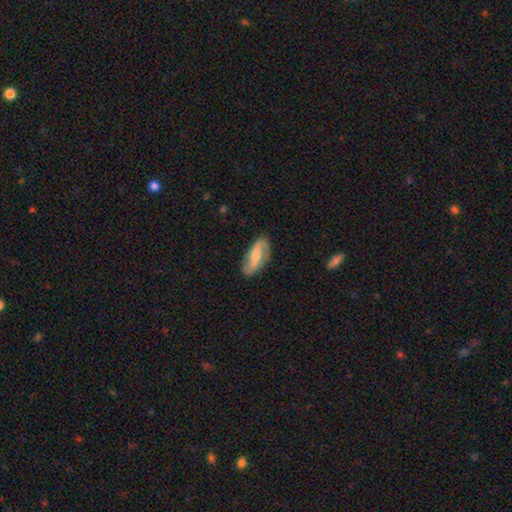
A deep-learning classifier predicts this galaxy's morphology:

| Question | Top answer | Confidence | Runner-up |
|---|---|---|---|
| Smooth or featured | featured or disk | 67% | smooth (27%) |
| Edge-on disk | no | 92% | yes (8%) |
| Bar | weak | 39% | no (32%) |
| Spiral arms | yes | 90% | no (10%) |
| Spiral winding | loose | 47% | medium (36%) |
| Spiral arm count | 2 | 88% | can't tell (6%) |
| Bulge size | moderate | 51% | small (37%) |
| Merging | none | 80% | minor disturbance (14%) |